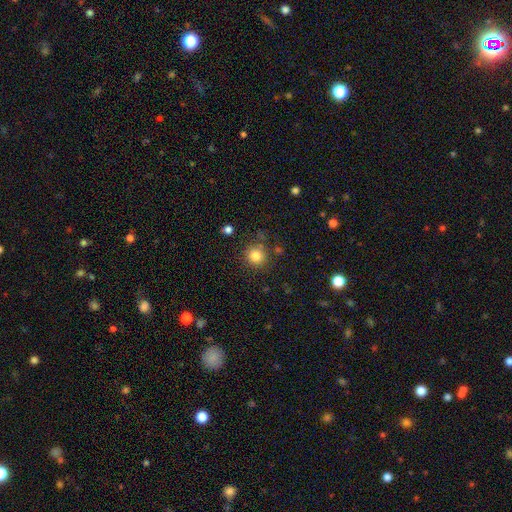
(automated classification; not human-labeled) Overall: smooth (83%). How rounded: round (92%). Merging: none (82%).